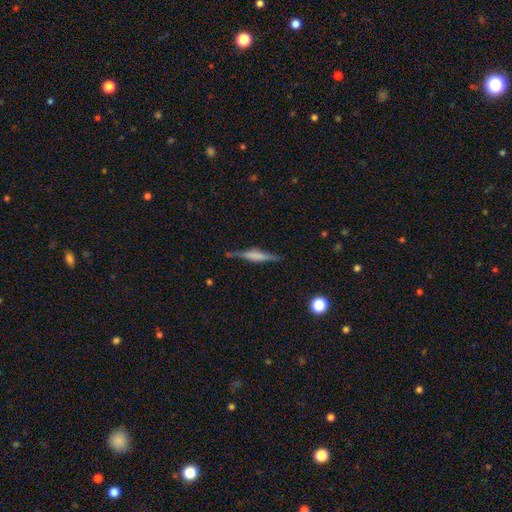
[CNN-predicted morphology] Smooth or featured: featured or disk — 66% (smooth — 27%)
Edge-on disk: yes — 97% (no — 3%)
Edge-on bulge: boxy — 51% (rounded — 35%)
Merging: none — 81% (minor disturbance — 13%)